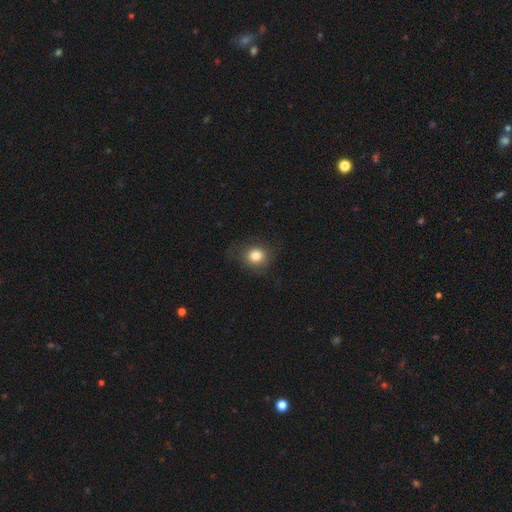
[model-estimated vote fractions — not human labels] A smooth galaxy with no disk features (82%) that is round (78%). Merging: none (73%).